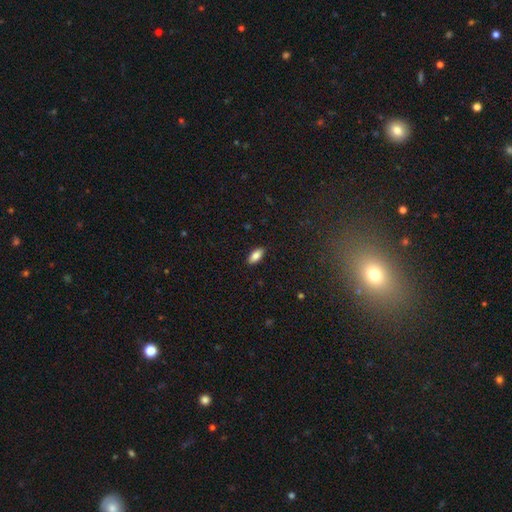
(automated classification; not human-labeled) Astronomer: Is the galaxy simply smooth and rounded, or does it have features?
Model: smooth — 82%.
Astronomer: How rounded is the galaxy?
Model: in between — 85%.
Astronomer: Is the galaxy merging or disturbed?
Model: none — 89%.